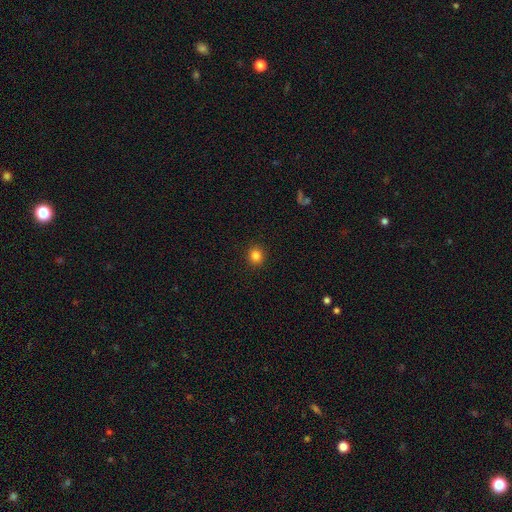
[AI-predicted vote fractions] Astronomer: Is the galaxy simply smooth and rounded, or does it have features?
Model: smooth — 83%.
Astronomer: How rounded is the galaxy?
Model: round — 89%.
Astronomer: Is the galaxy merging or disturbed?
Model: none — 92%.